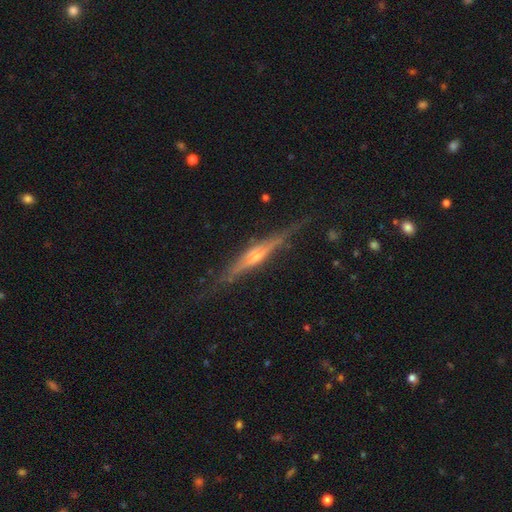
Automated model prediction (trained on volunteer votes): featured or disk 80%, smooth 12%, star or artifact 7%. Down the decision tree: edge-on disk — yes (97%); edge-on bulge — rounded (76%); merging — none (80%).